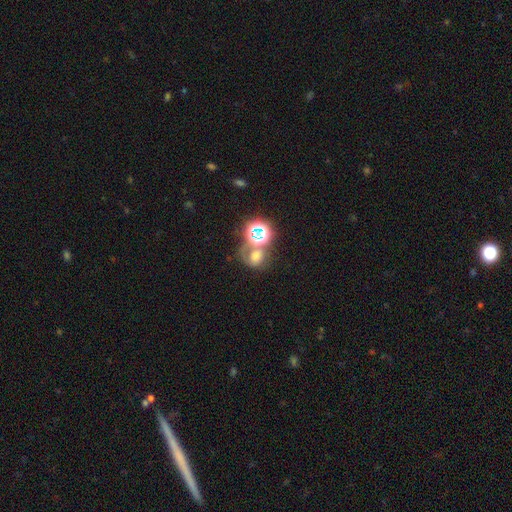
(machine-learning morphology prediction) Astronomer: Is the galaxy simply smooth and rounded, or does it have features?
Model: smooth — 45% (runner-up: star or artifact, 33%).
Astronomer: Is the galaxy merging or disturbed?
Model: merger — 38% (runner-up: none, 37%).